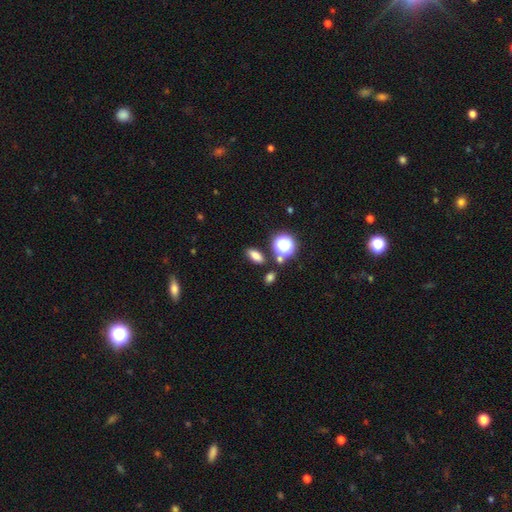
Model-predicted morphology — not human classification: A smooth galaxy with no disk features (76%) that is in between round and cigar-shaped (74%).

Vote fractions:
- Smooth or featured? smooth: 76% / star or artifact: 16% / featured or disk: 8%
- How rounded? in between: 74% / round: 15% / cigar-shaped: 11%
- Merging? none: 81% / minor disturbance: 9% / merger: 6% / major disturbance: 3%